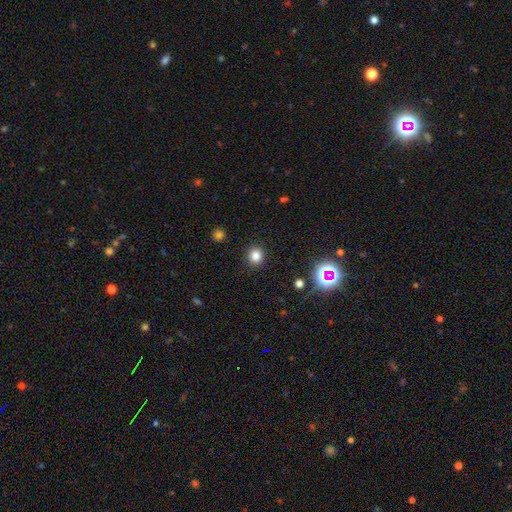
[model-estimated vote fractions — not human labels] A smooth galaxy with no disk features (81%) that is round (86%).

Vote fractions:
- Smooth or featured? smooth: 81% / star or artifact: 14% / featured or disk: 5%
- How rounded? round: 86% / in between: 13% / cigar-shaped: 1%
- Merging? none: 91% / minor disturbance: 6% / major disturbance: 2% / merger: 1%